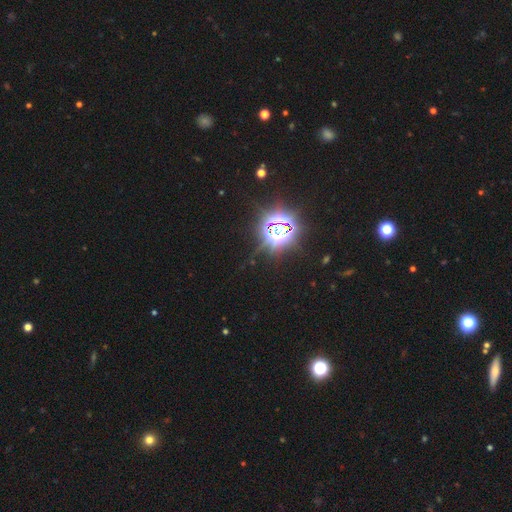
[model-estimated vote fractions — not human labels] star or artifact 85%, smooth 10%, featured or disk 5%.